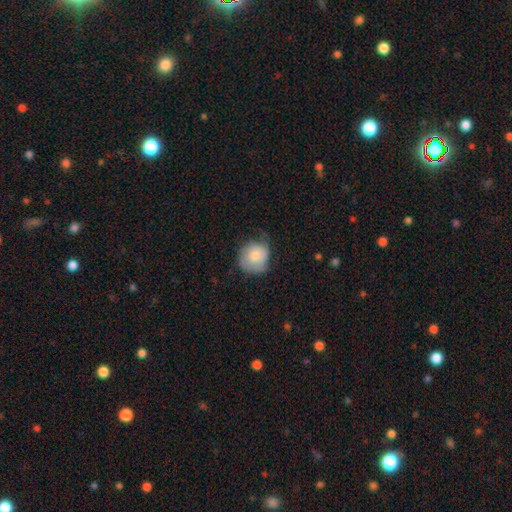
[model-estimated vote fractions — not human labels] Smooth or featured?
  - smooth: 72% *
  - featured or disk: 21%
  - star or artifact: 7%
How rounded?
  - round: 84% *
  - in between: 15%
  - cigar-shaped: 1%
Merging?
  - none: 49% *
  - minor disturbance: 37%
  - major disturbance: 12%
  - merger: 2%